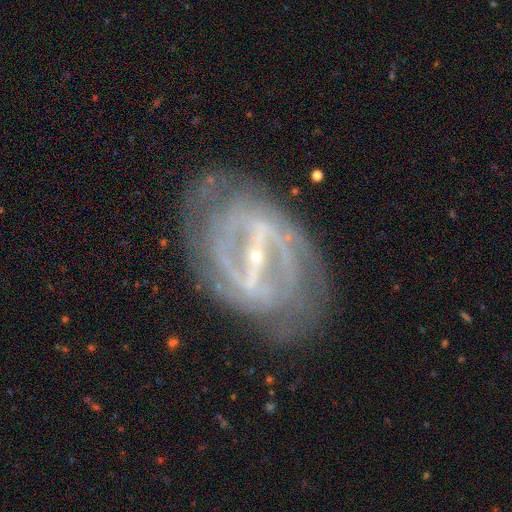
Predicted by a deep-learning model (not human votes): The model was most divided on "spiral arm count": 2: 45%, can't tell: 28%, 3: 10%, 4: 8%, more than 4: 5%, 1: 5%. More confident: edge-on disk — no (94%); smooth or featured — featured or disk (89%); spiral arms — yes (88%); bulge size — small (82%); bar — strong (77%); merging — none (76%); spiral winding — tight (56%).